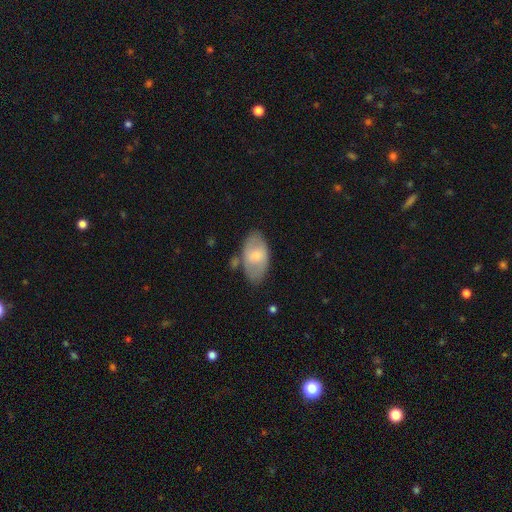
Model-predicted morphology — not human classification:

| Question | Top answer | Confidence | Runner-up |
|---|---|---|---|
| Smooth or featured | smooth | 64% | featured or disk (31%) |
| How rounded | in between | 94% | round (4%) |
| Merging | none | 68% | minor disturbance (19%) |